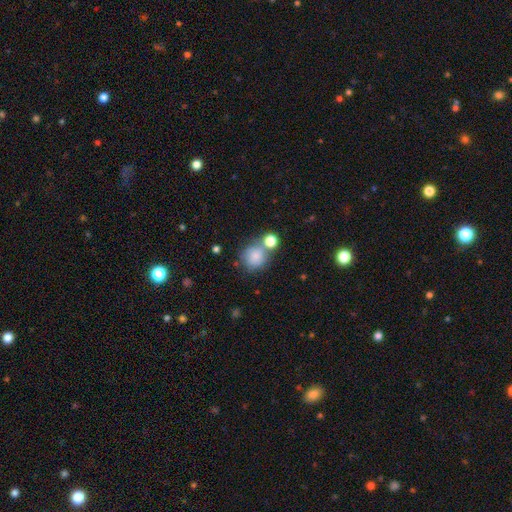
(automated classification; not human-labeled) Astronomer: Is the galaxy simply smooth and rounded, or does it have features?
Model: smooth — 80%.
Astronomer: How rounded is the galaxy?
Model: round — 83%.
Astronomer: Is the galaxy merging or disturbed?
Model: none — 51% (runner-up: merger, 29%).